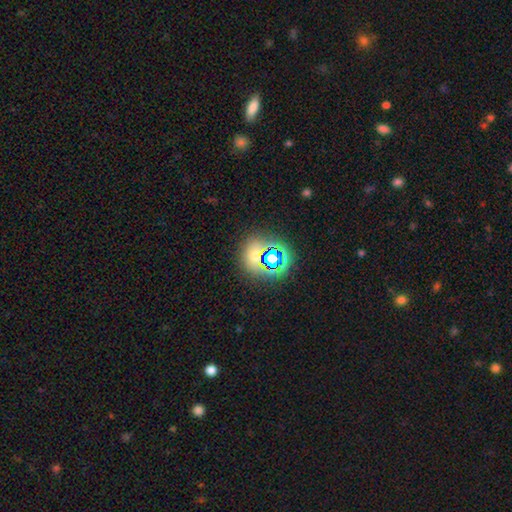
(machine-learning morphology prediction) Smooth or featured? Predicted: star or artifact (p=0.48).